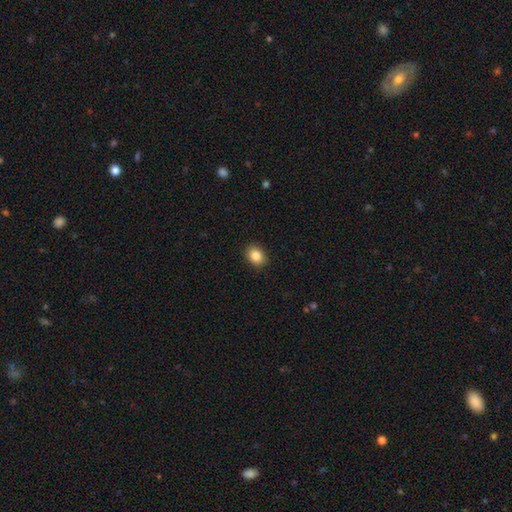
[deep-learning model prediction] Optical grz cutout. It shows a smooth galaxy with no disk features (87%) that is in between round and cigar-shaped (58%). Merging: none (91%).